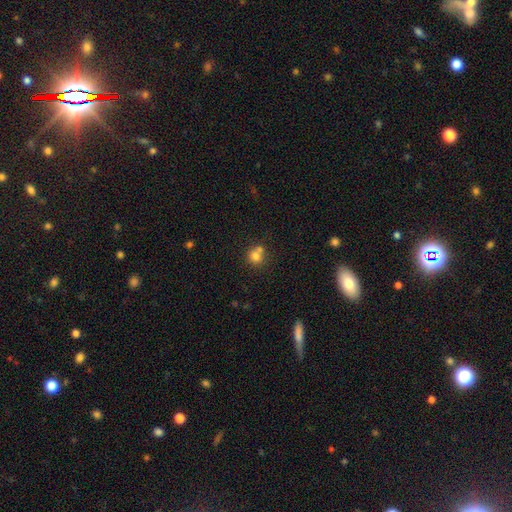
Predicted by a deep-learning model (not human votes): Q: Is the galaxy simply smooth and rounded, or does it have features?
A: smooth — 77%.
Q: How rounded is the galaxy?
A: round — 85%.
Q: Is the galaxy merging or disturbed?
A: none — 49%.